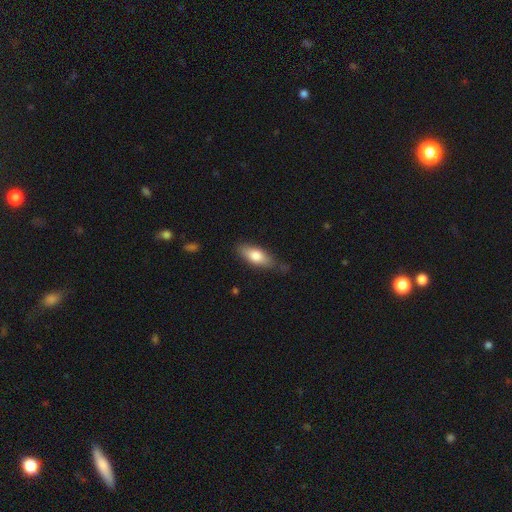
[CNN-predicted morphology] Smooth or featured: smooth — 75% (featured or disk — 19%)
How rounded: in between — 73% (cigar-shaped — 24%)
Merging: none — 74% (minor disturbance — 20%)